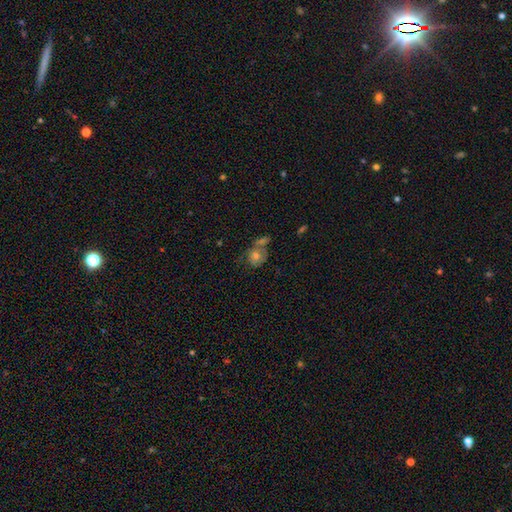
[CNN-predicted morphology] Q: Smooth or featured?
A: smooth (48%); runner-up: featured or disk (35%)
Q: Merging?
A: none (40%); runner-up: merger (33%)